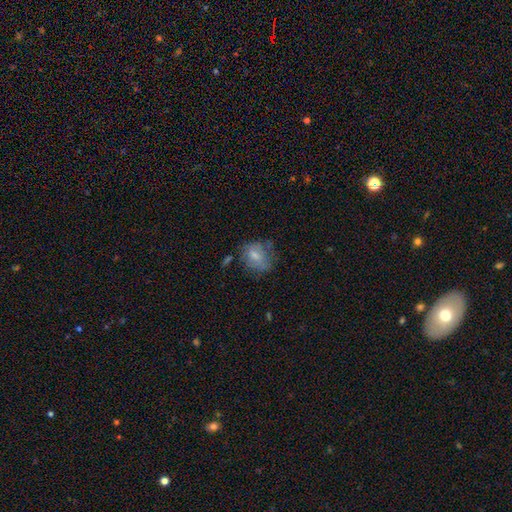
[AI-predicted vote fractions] Overall: smooth (63%; featured or disk 27%). How rounded: in between (55%; round 43%). Merging: none (47%; minor disturbance 29%).